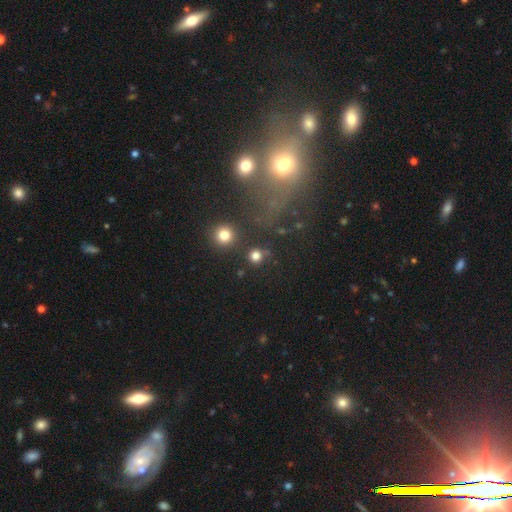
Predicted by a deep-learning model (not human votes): This is likely a smooth galaxy (79%). How rounded: clearly round (93%). Merging: clearly none (83%).